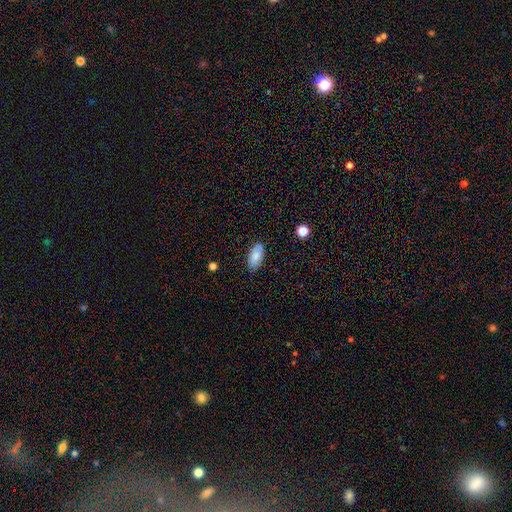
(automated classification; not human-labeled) Smooth or featured? Predicted: smooth (p=0.84). How rounded? Predicted: in between (p=0.94). Merging? Predicted: none (p=0.82).